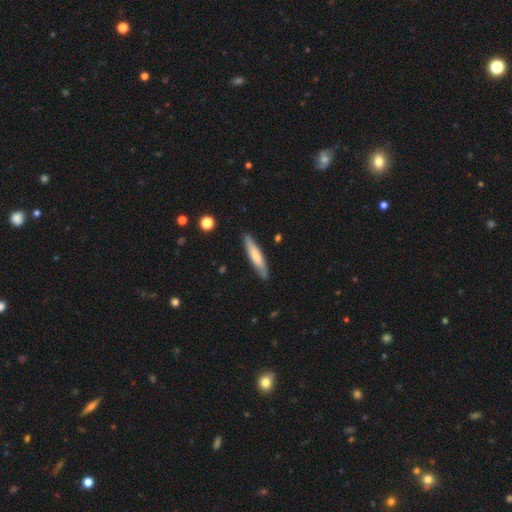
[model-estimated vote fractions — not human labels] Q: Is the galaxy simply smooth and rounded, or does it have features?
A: smooth — 64%.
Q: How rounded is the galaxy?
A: cigar-shaped — 86%.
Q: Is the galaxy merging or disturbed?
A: none — 85%.